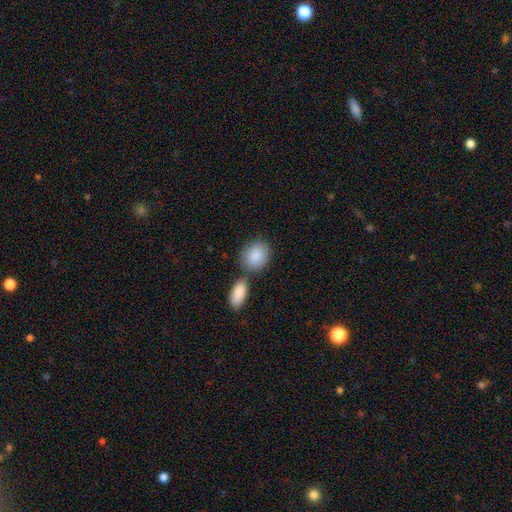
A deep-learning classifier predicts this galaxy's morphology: This appears to be a smooth galaxy with no disk features (89%) that is in between round and cigar-shaped (49%, tied with round). Merging: none (58%).